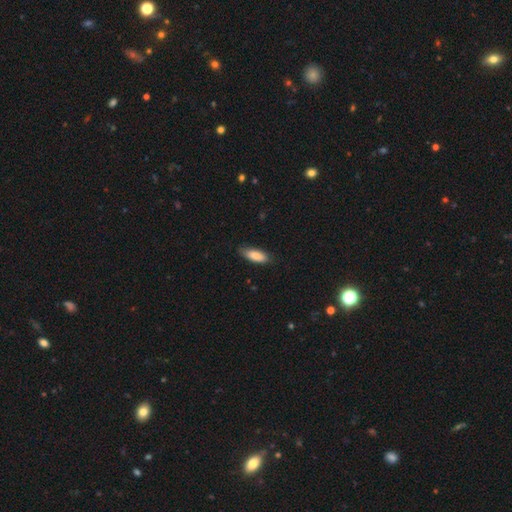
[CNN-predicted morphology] Smooth or featured?
  - smooth: 85% *
  - featured or disk: 9%
  - star or artifact: 6%
How rounded?
  - in between: 69% *
  - cigar-shaped: 29%
  - round: 2%
Merging?
  - none: 80% *
  - minor disturbance: 17%
  - major disturbance: 3%
  - merger: 1%